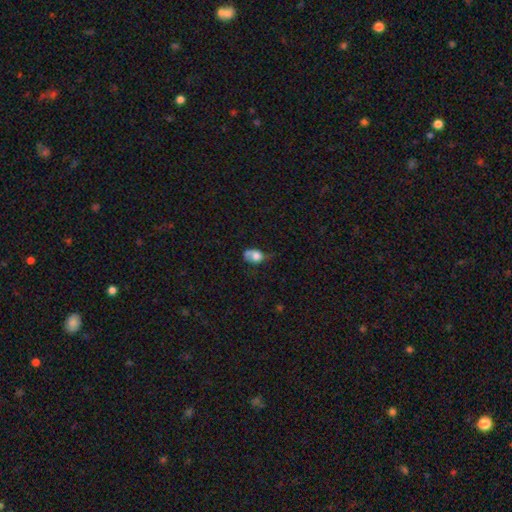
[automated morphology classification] smooth 69%, featured or disk 21%, star or artifact 10%. Down the decision tree: how rounded — in between (63%); merging — minor disturbance (31%).